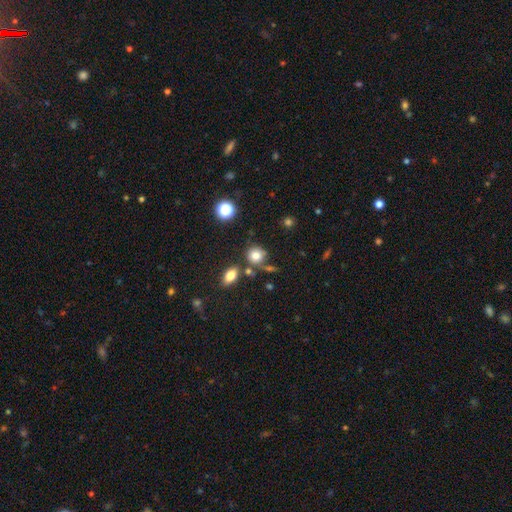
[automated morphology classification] type=smooth (78%); roundness=round (82%); merging=none (69%).